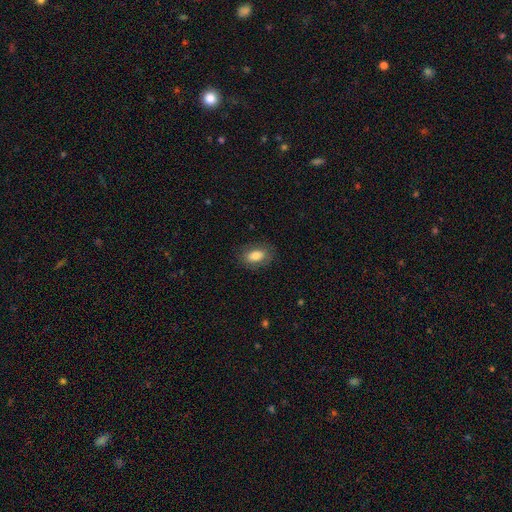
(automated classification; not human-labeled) Smooth or featured? smooth (80%)
How rounded? in between (89%)
Merging? none (82%)